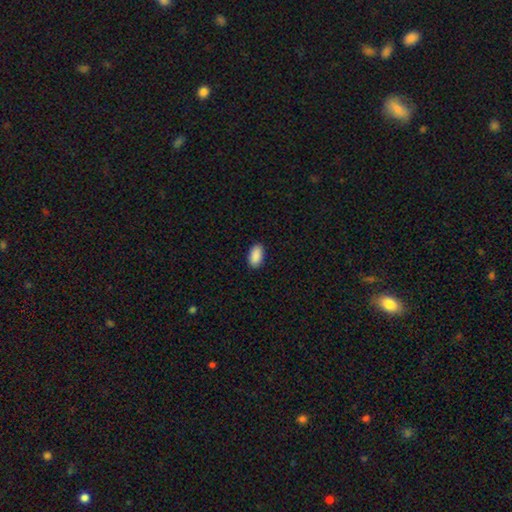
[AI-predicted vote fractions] A smooth galaxy with no disk features (91%) that is in between round and cigar-shaped (94%).

Vote fractions:
- Smooth or featured? smooth: 91% / star or artifact: 7% / featured or disk: 3%
- How rounded? in between: 94% / round: 3% / cigar-shaped: 3%
- Merging? none: 89% / minor disturbance: 9% / major disturbance: 2% / merger: 1%